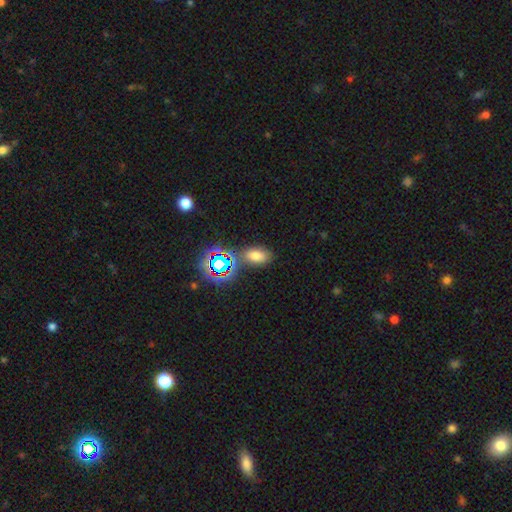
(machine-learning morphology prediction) Smooth or featured: smooth — 65% (star or artifact — 27%)
How rounded: in between — 88% (round — 10%)
Merging: none — 77% (minor disturbance — 13%)